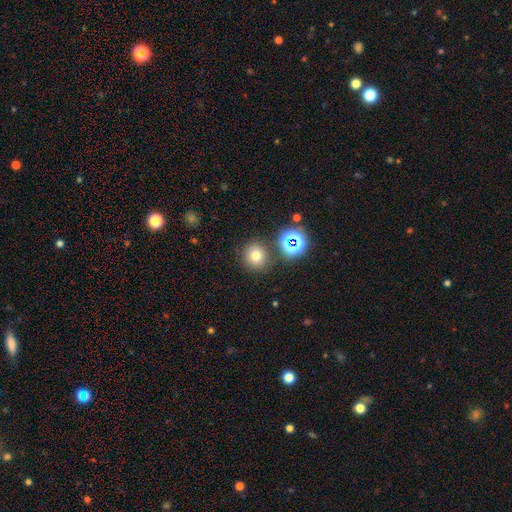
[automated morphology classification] A smooth galaxy with no disk features (71%) that is round (91%).

Vote fractions:
- Smooth or featured? smooth: 71% / star or artifact: 20% / featured or disk: 9%
- How rounded? round: 91% / in between: 8% / cigar-shaped: 1%
- Merging? none: 82% / minor disturbance: 8% / merger: 7% / major disturbance: 3%